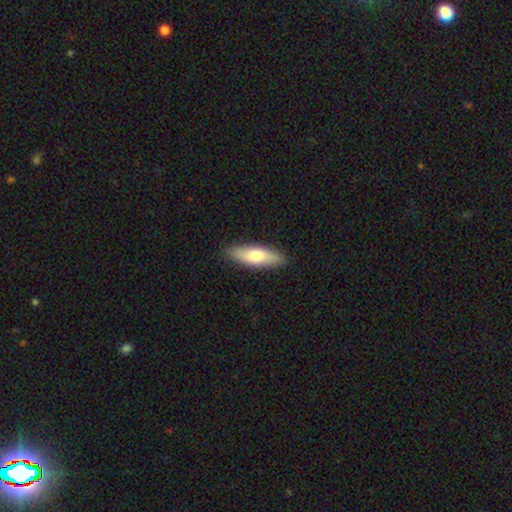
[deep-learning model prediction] The model was most divided on "how rounded": cigar-shaped: 52%, in between: 46%, round: 2%. More confident: merging — none (88%); smooth or featured — smooth (71%).